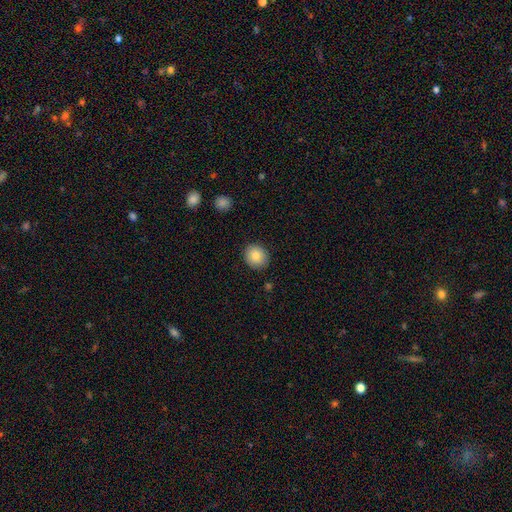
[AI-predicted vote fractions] This is clearly a smooth galaxy (84%). How rounded: likely round (75%). Merging: clearly none (88%).